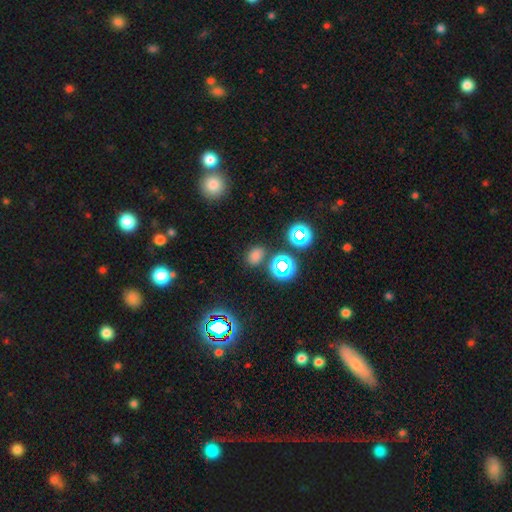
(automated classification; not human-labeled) The model was most divided on "how rounded": in between: 58%, round: 40%, cigar-shaped: 2%. More confident: merging — none (77%); smooth or featured — smooth (67%).